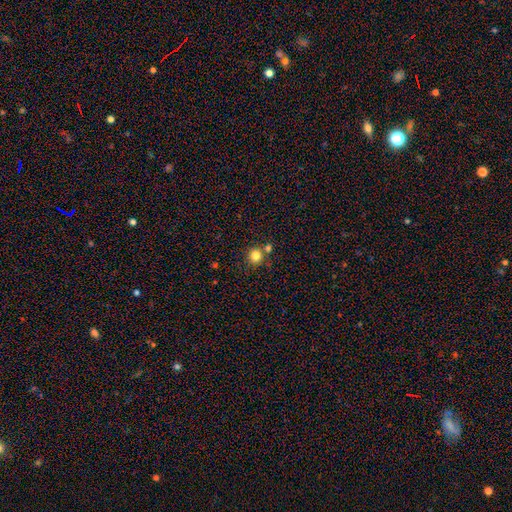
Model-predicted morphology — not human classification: type=smooth (82%); roundness=round (92%); merging=none (71%).